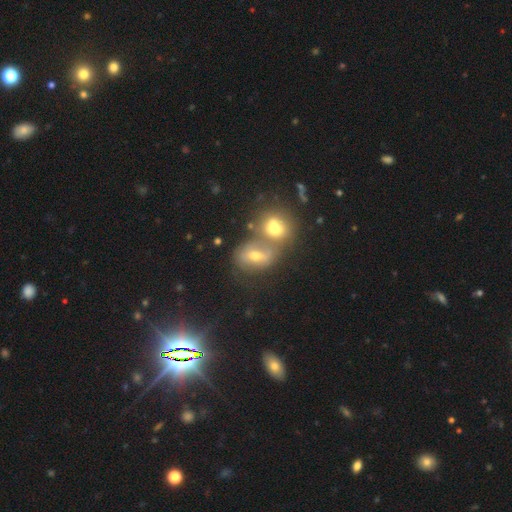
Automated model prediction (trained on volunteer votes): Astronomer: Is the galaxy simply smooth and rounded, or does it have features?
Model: smooth — 47% (runner-up: featured or disk, 39%).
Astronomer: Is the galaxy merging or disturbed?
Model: merger — 53% (runner-up: none, 29%).